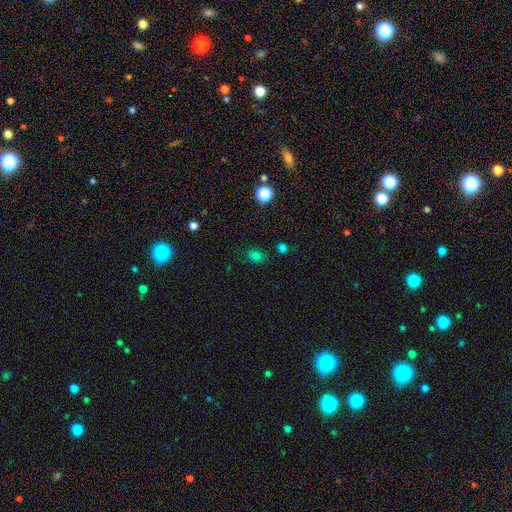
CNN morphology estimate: type=smooth (76%); roundness=in between (65%); merging=none (80%).